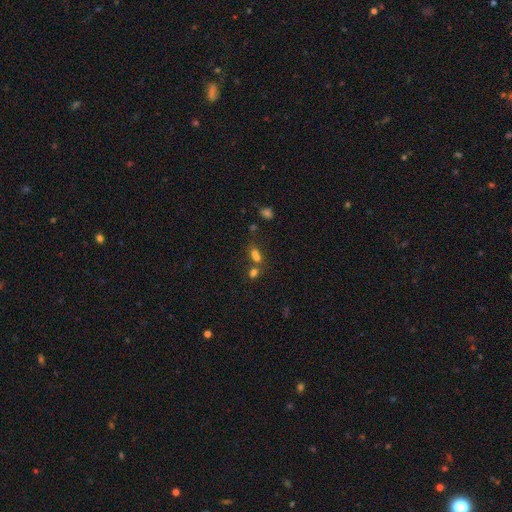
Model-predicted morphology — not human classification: Smooth or featured?
  - smooth: 70% *
  - star or artifact: 19%
  - featured or disk: 11%
How rounded?
  - in between: 69% *
  - round: 25%
  - cigar-shaped: 6%
Merging?
  - merger: 50% *
  - none: 35%
  - minor disturbance: 9%
  - major disturbance: 5%